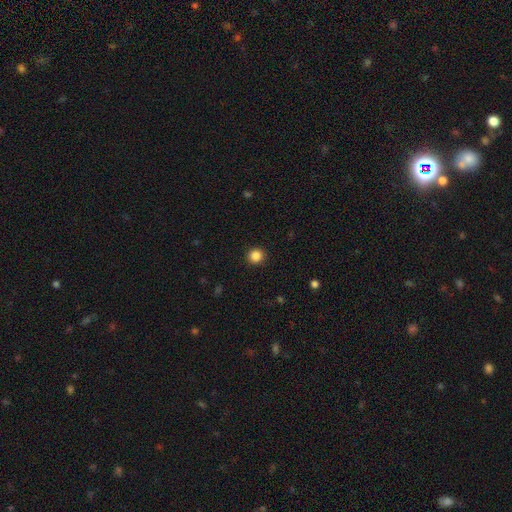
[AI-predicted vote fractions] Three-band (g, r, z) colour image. It shows a smooth galaxy with no disk features (86%) that is round (94%). Merging: none (93%).